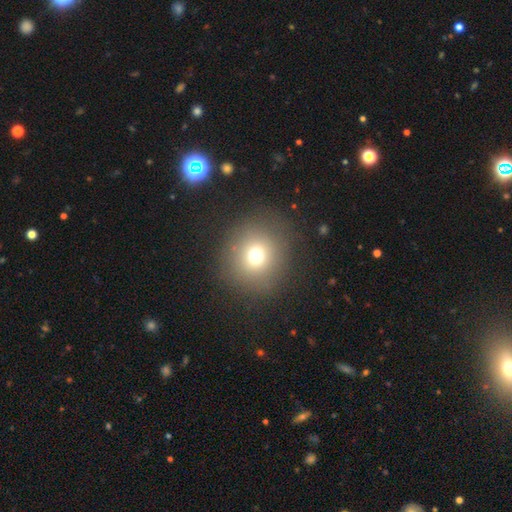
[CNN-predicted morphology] smooth 70%, star or artifact 19%, featured or disk 11%. Down the decision tree: how rounded — round (91%); merging — none (86%).